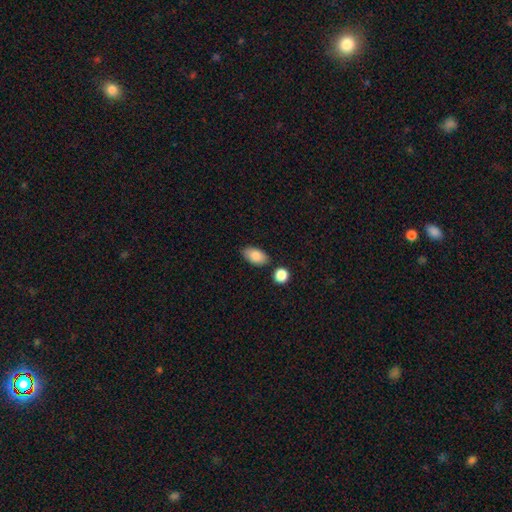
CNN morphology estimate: type=smooth (85%); roundness=in between (92%); merging=none (79%).